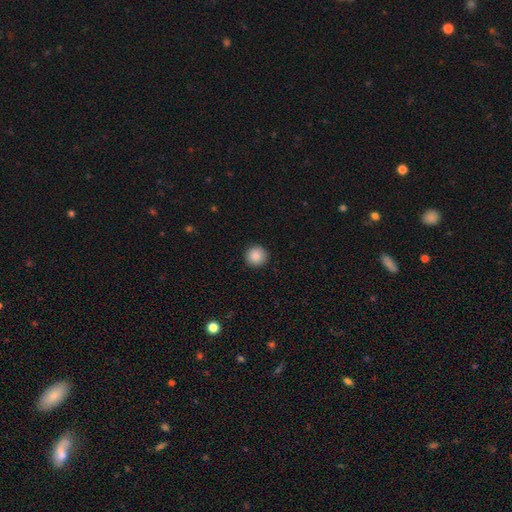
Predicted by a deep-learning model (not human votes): The model was most divided on "smooth or featured": smooth: 88%, star or artifact: 8%, featured or disk: 3%. More confident: how rounded — round (95%); merging — none (92%).